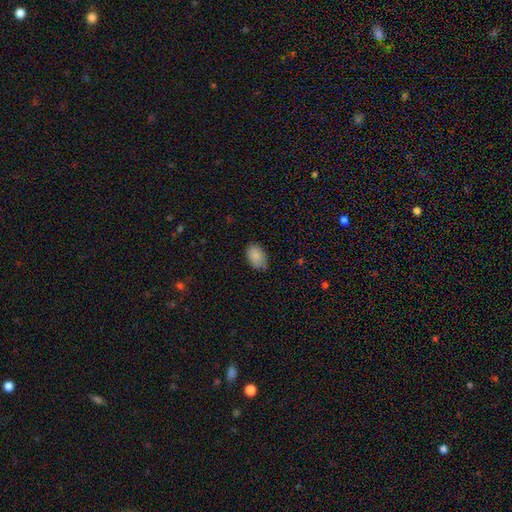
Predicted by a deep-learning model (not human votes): smooth 87%, star or artifact 7%, featured or disk 5%. Down the decision tree: how rounded — in between (88%); merging — none (75%).